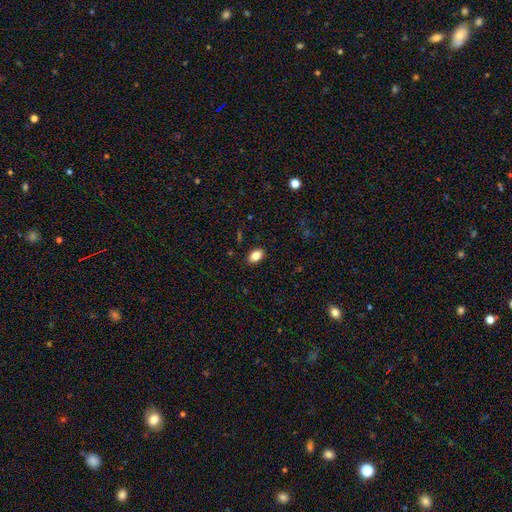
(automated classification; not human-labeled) The model was most divided on "how rounded": in between: 87%, round: 12%, cigar-shaped: 1%. More confident: merging — none (89%); smooth or featured — smooth (85%).